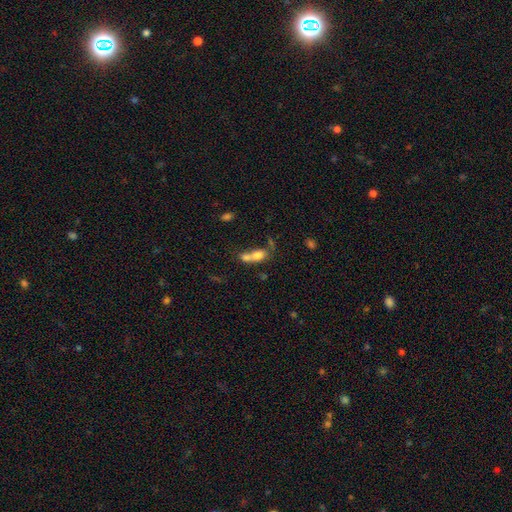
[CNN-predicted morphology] Smooth or featured? Predicted: smooth (p=0.72). How rounded? Predicted: in between (p=0.73). Merging? Predicted: merger (p=0.67).